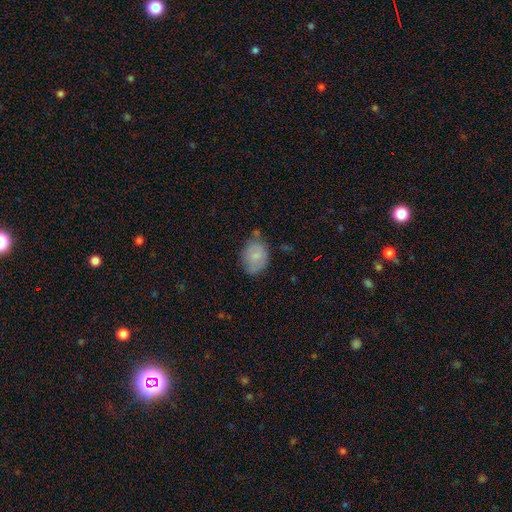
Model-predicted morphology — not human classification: This appears to be a smooth galaxy with no disk features (79%) that is in between round and cigar-shaped (73%). Merging: none (58%).